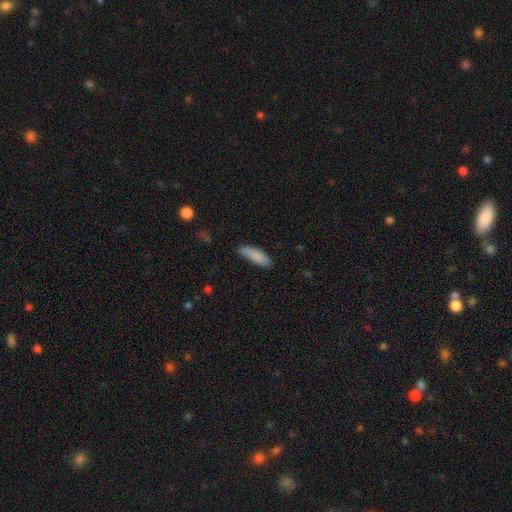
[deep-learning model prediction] Morphology: type=smooth (86%); roundness=cigar-shaped (51%); merging=none (77%).